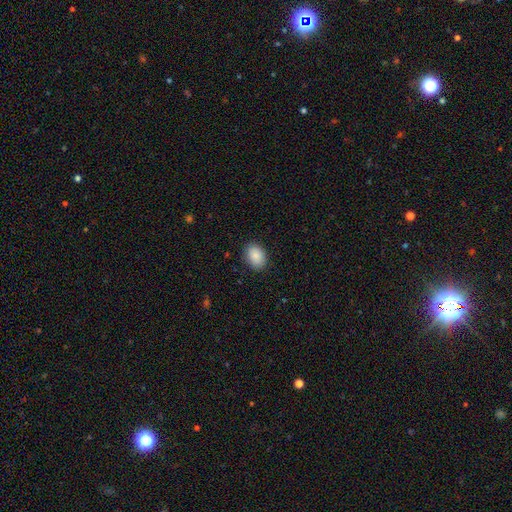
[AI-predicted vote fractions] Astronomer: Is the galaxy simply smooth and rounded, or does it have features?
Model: smooth — 89%.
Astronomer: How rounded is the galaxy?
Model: in between — 76%.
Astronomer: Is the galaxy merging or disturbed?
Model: none — 88%.